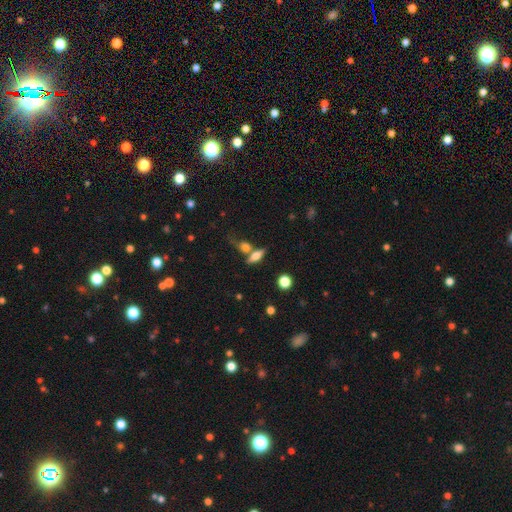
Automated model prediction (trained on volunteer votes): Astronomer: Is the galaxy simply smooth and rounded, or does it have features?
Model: smooth — 53% (runner-up: featured or disk, 37%).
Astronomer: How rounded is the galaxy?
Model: in between — 54% (runner-up: cigar-shaped, 37%).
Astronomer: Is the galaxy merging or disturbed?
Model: none — 54%.